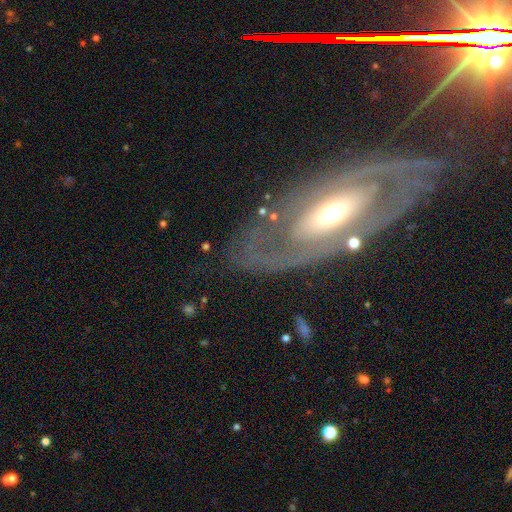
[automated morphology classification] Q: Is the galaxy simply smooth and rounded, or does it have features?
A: featured or disk — 80%.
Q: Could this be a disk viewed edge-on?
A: no — 89%.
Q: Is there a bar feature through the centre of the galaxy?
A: no — 57%.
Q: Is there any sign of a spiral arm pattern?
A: yes — 73%.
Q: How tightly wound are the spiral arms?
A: tight — 57%.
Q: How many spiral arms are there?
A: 2 — 51%.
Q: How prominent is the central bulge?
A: moderate — 61%.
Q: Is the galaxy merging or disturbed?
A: none — 75%.